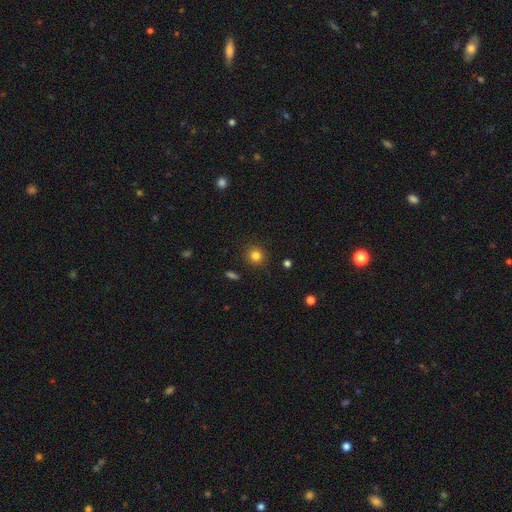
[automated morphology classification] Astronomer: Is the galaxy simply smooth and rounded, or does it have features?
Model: smooth — 82%.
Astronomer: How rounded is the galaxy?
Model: round — 91%.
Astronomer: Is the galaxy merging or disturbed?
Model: none — 90%.